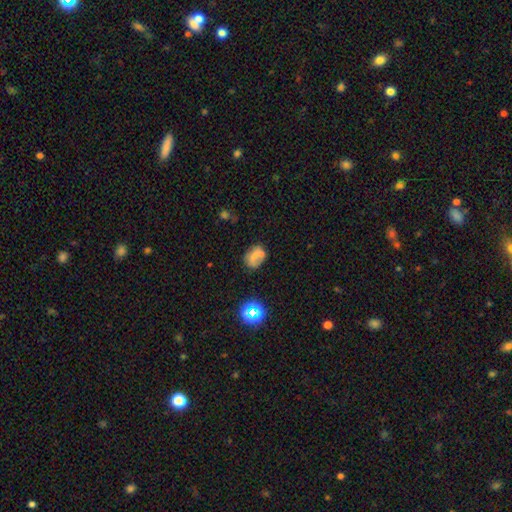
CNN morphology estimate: type=smooth (56%); roundness=in between (62%); merging=none (53%).